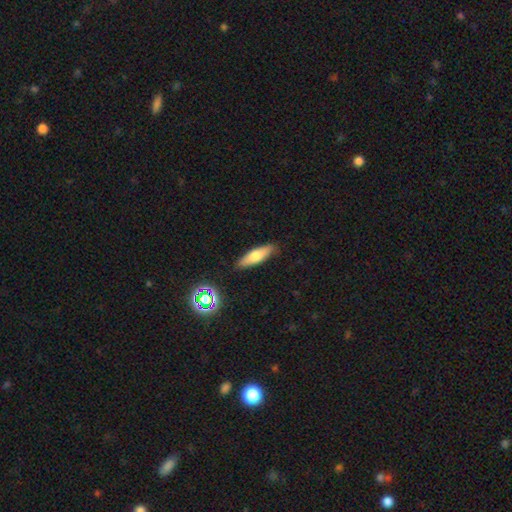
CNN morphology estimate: Smooth or featured?
  - smooth: 69% *
  - featured or disk: 22%
  - star or artifact: 8%
How rounded?
  - cigar-shaped: 53% *
  - in between: 45%
  - round: 2%
Merging?
  - none: 86% *
  - minor disturbance: 10%
  - major disturbance: 2%
  - merger: 2%